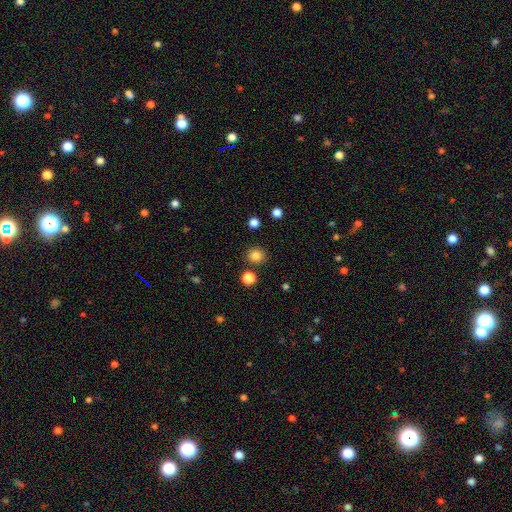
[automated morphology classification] This is clearly a smooth galaxy (83%). How rounded: clearly round (88%). Merging: clearly none (87%).